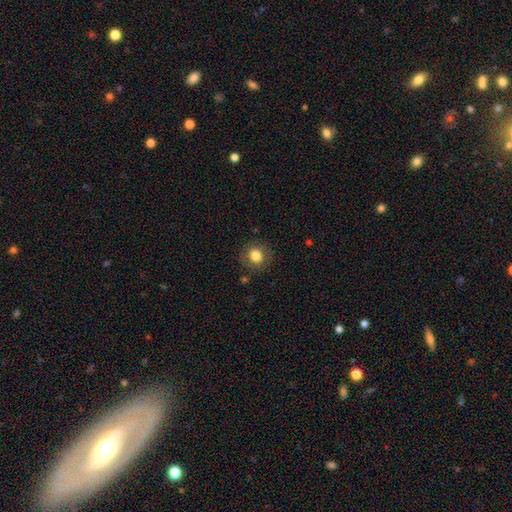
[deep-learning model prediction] A smooth galaxy with no disk features (80%) that is round (86%).

Vote fractions:
- Smooth or featured? smooth: 80% / featured or disk: 10% / star or artifact: 10%
- How rounded? round: 86% / in between: 13% / cigar-shaped: 1%
- Merging? none: 86% / minor disturbance: 9% / major disturbance: 3% / merger: 1%